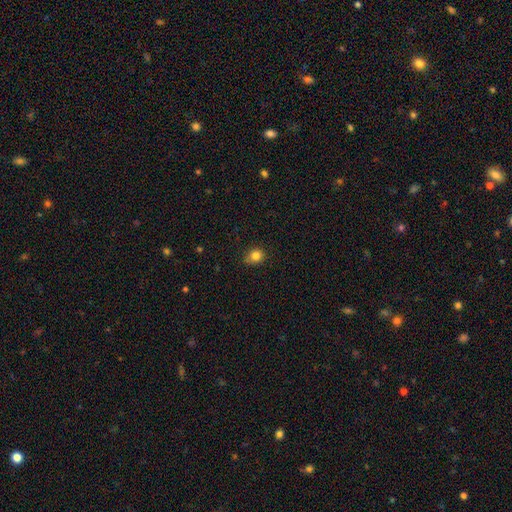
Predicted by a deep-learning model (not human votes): Morphology: type=smooth (83%); roundness=round (74%); merging=none (75%).